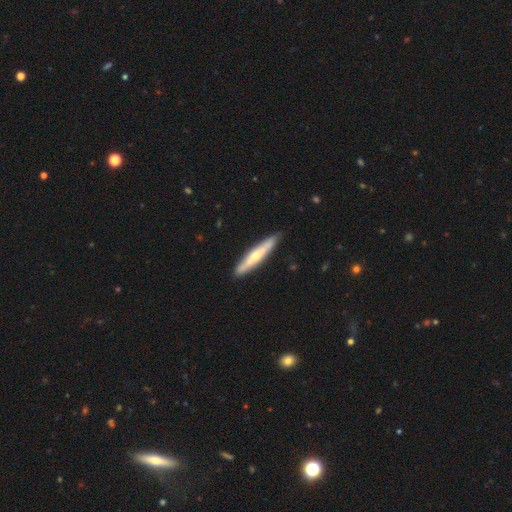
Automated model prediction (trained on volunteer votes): A featured or disk galaxy (52%) viewed edge-on (84%). Merging: none (86%).